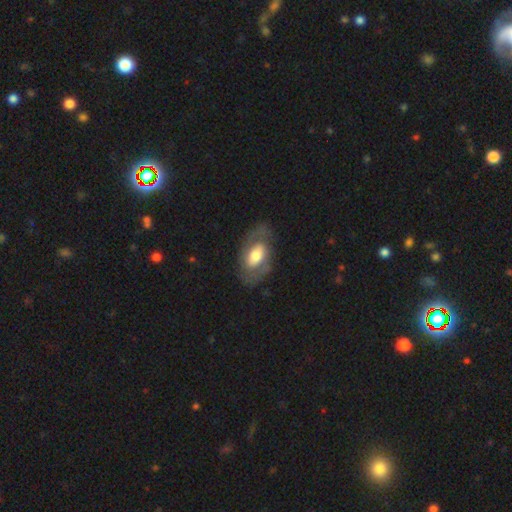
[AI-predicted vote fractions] smooth-or-featured: featured or disk: 53% | smooth: 41% | star or artifact: 6%
  disk-edge-on: no: 91% | yes: 9%
  merging: none: 71% | minor disturbance: 17% | major disturbance: 11% | merger: 1%